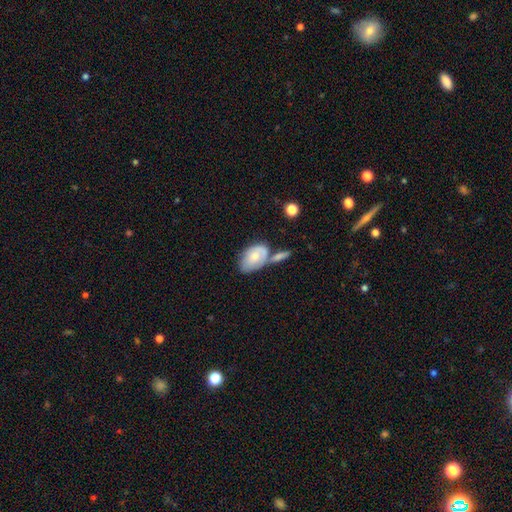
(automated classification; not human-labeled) A smooth galaxy with no disk features (61%) that is in between round and cigar-shaped (90%). Merging: none (37%).